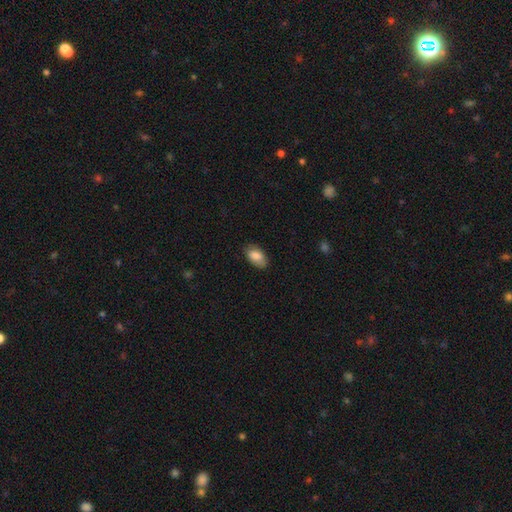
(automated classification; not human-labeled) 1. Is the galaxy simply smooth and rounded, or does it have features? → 83% smooth, 11% featured or disk, 7% star or artifact.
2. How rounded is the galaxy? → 93% in between, 5% round, 2% cigar-shaped.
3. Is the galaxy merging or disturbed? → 81% none, 15% minor disturbance, 3% major disturbance, 1% merger.